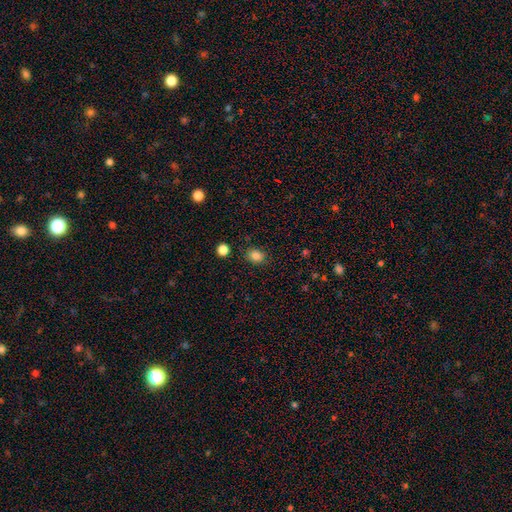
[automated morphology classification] smooth-or-featured: smooth: 84% | star or artifact: 11% | featured or disk: 5%
  how-rounded: in between: 51% | round: 48% | cigar-shaped: 1%
  merging: none: 85% | minor disturbance: 10% | major disturbance: 3% | merger: 2%